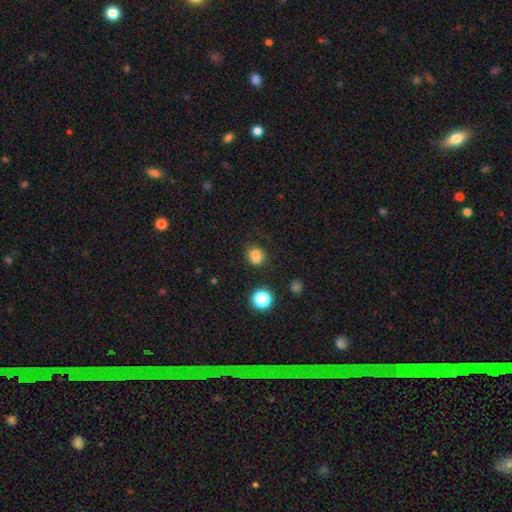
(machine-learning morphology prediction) Q: Smooth or featured?
A: smooth (69%); runner-up: featured or disk (16%)
Q: How rounded?
A: round (75%); runner-up: in between (24%)
Q: Merging?
A: merger (48%); runner-up: none (37%)